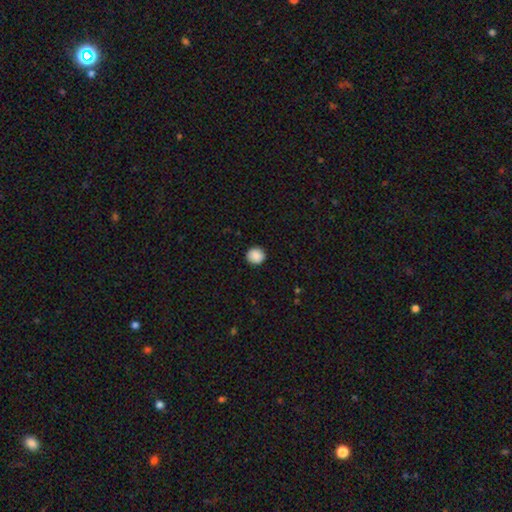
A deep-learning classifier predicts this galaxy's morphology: A smooth galaxy with no disk features (89%) that is round (93%).

Vote fractions:
- Smooth or featured? smooth: 89% / star or artifact: 8% / featured or disk: 2%
- How rounded? round: 93% / in between: 6% / cigar-shaped: 1%
- Merging? none: 92% / minor disturbance: 6% / major disturbance: 2% / merger: 1%